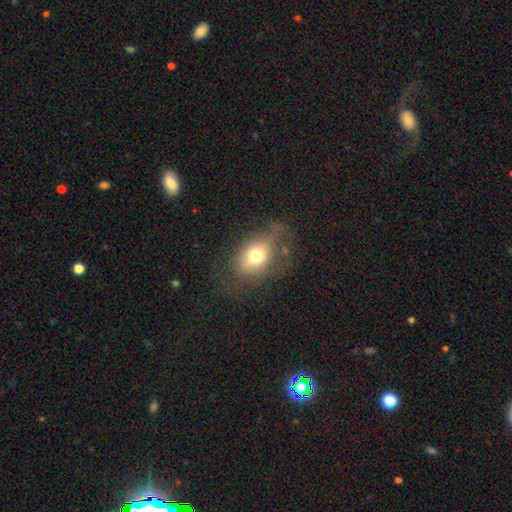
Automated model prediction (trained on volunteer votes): Q: Smooth or featured?
A: smooth (67%); runner-up: featured or disk (21%)
Q: How rounded?
A: in between (67%); runner-up: round (31%)
Q: Merging?
A: none (47%); runner-up: major disturbance (26%)